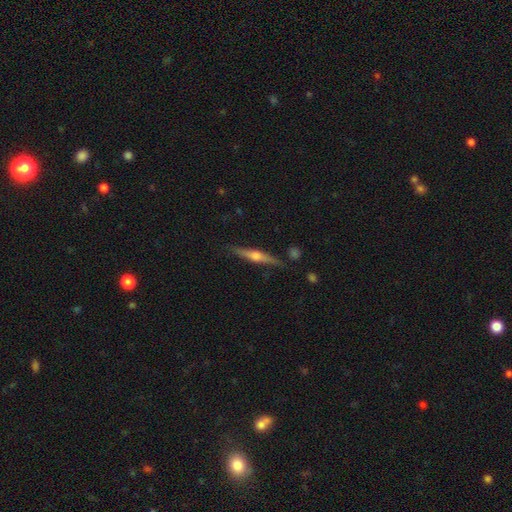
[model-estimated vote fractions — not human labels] A featured or disk galaxy (77%) viewed edge-on (98%) with a rounded central bulge (90%). Merging: none (87%).